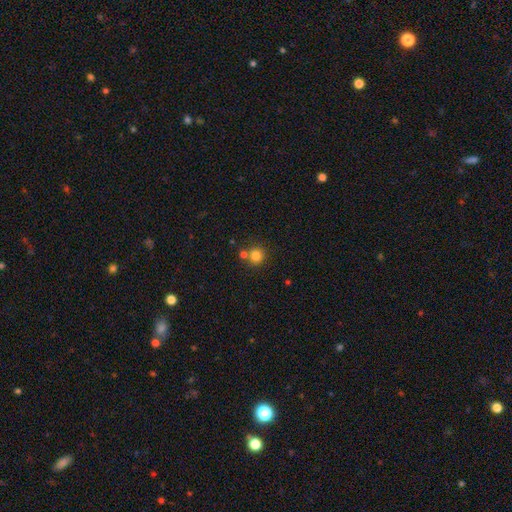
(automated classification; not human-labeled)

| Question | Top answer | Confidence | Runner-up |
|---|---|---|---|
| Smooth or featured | smooth | 81% | star or artifact (13%) |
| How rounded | round | 92% | in between (8%) |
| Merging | none | 67% | merger (22%) |